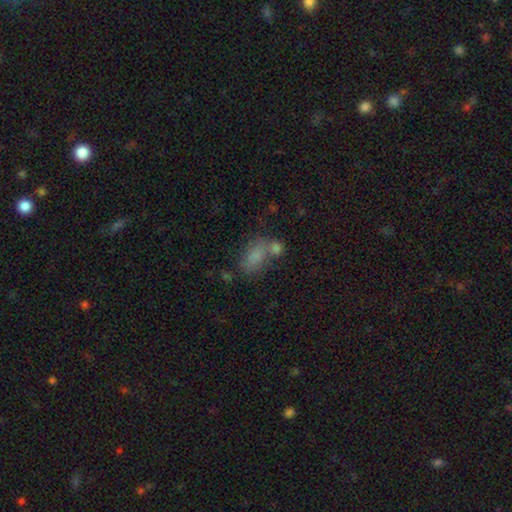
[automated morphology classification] Smooth or featured? smooth (76%)
How rounded? in between (85%)
Merging? none (39%)